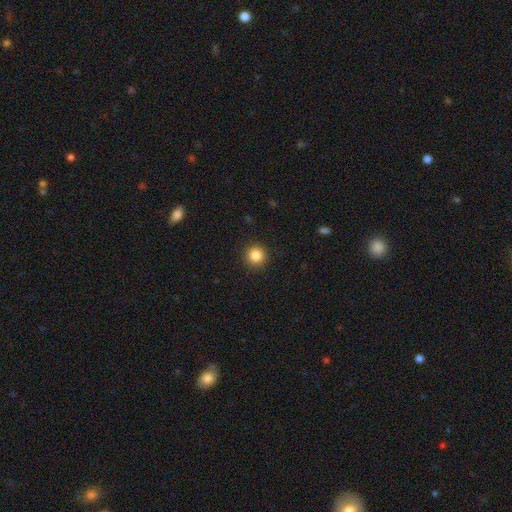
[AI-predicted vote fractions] Morphology: type=smooth (85%); roundness=round (94%); merging=none (92%).